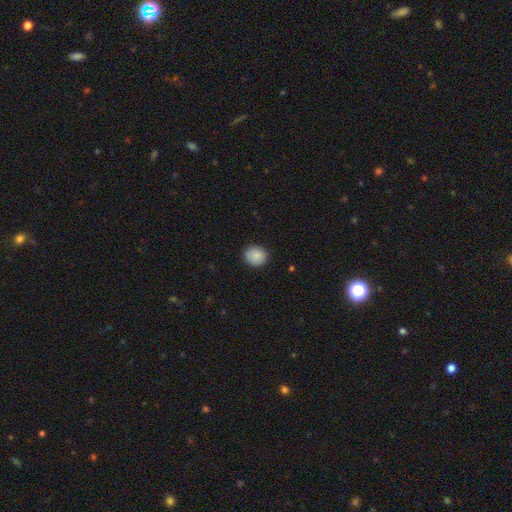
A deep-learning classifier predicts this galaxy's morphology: This is clearly a smooth galaxy (88%). How rounded: likely round (78%). Merging: clearly none (88%).